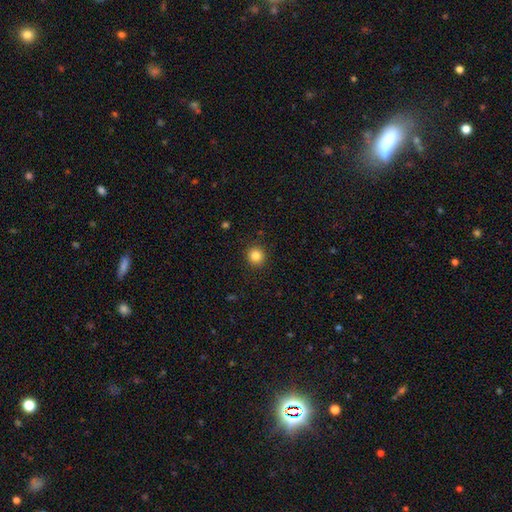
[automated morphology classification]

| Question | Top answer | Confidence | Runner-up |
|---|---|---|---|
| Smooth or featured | smooth | 85% | star or artifact (11%) |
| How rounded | round | 93% | in between (6%) |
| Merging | none | 92% | minor disturbance (5%) |